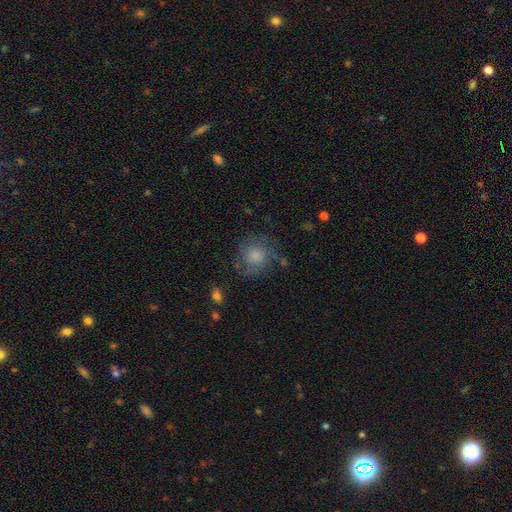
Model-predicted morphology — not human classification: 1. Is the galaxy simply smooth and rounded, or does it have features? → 66% smooth, 24% featured or disk, 9% star or artifact.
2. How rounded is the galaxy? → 86% round, 13% in between, 1% cigar-shaped.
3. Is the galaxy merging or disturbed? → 66% none, 20% minor disturbance, 11% major disturbance, 2% merger.